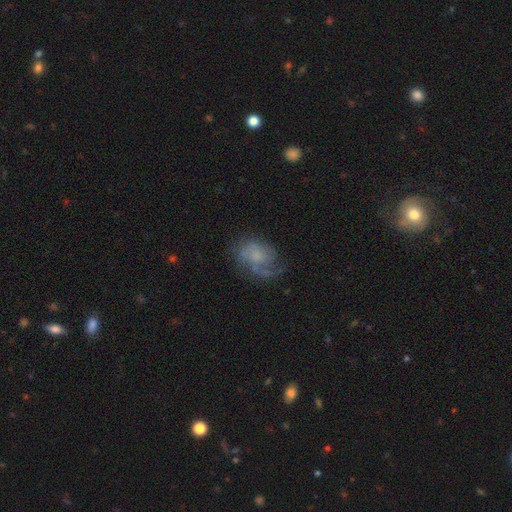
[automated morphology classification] The model was most divided on "bulge size": small: 40%, none: 30%, moderate: 23%, large: 5%, dominant: 2%. More confident: edge-on disk — no (97%); spiral arms — yes (83%); bar — no (76%); smooth or featured — featured or disk (62%); merging — none (51%).